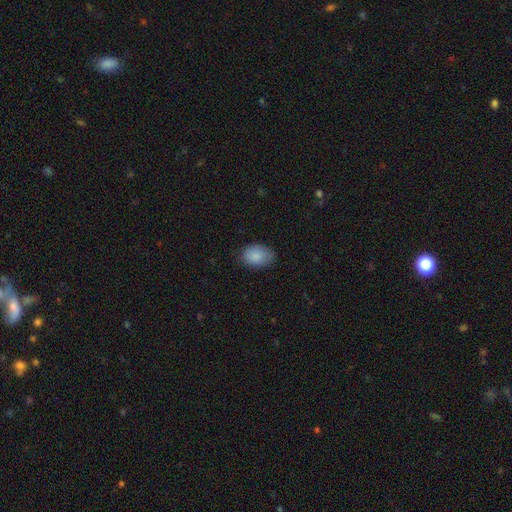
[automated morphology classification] Smooth or featured?
  - smooth: 88% *
  - star or artifact: 7%
  - featured or disk: 6%
How rounded?
  - in between: 83% *
  - round: 16%
  - cigar-shaped: 1%
Merging?
  - none: 78% *
  - minor disturbance: 18%
  - major disturbance: 3%
  - merger: 1%